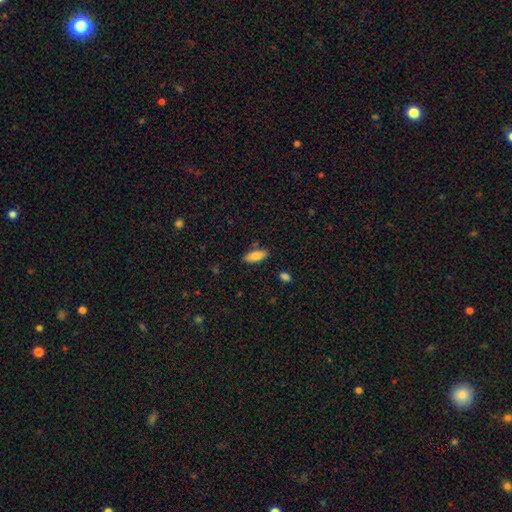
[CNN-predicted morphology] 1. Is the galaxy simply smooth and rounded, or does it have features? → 81% smooth, 12% featured or disk, 7% star or artifact.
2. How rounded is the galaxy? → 81% in between, 17% cigar-shaped, 2% round.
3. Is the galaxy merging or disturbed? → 84% none, 11% minor disturbance, 2% merger, 2% major disturbance.